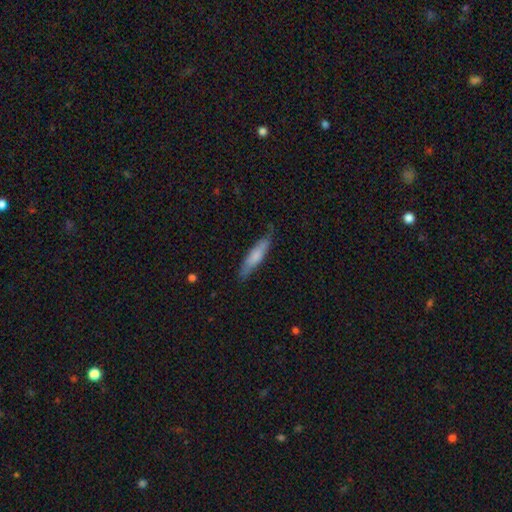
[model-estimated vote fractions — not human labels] A smooth galaxy with no disk features (72%) that is cigar-shaped (78%). Merging: none (76%).